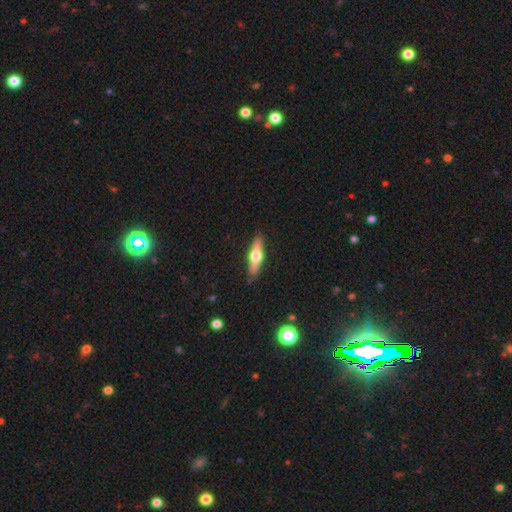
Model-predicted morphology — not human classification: A featured or disk galaxy (61%) viewed edge-on (95%) with a rounded central bulge (96%). Merging: none (88%).